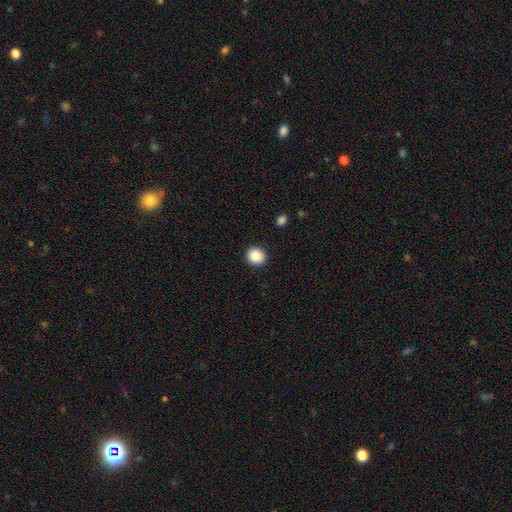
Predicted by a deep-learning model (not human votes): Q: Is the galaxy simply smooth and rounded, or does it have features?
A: smooth — 88%.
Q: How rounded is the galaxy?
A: round — 84%.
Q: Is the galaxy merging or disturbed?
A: none — 92%.